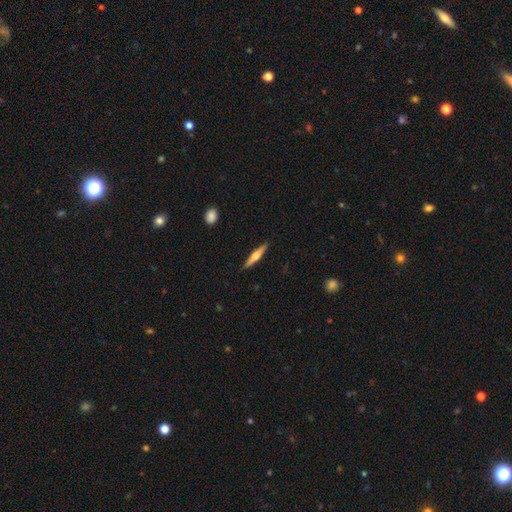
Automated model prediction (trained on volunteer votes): Smooth or featured? Predicted: featured or disk (p=0.57). Edge-on disk? Predicted: yes (p=0.97). Edge-on bulge? Predicted: rounded (p=0.90). Merging? Predicted: none (p=0.90).